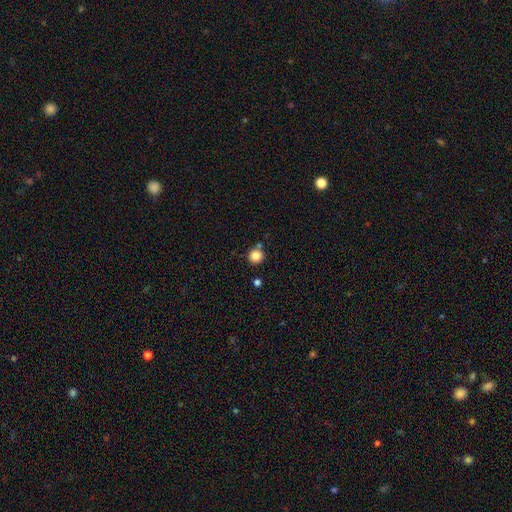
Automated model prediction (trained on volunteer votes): Smooth or featured? smooth (84%)
How rounded? round (93%)
Merging? none (79%)